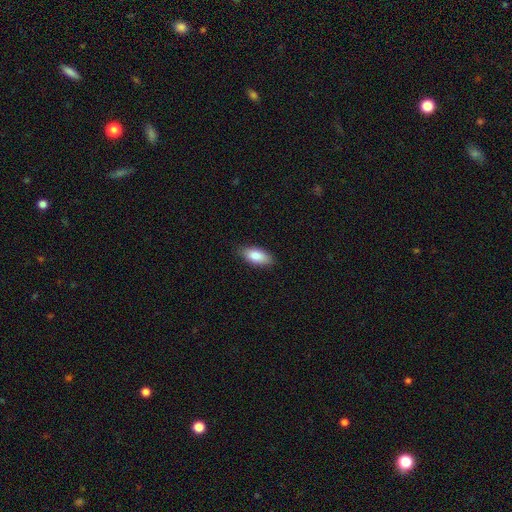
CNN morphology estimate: smooth-or-featured: smooth: 84% | featured or disk: 9% | star or artifact: 6%
  how-rounded: in between: 87% | cigar-shaped: 10% | round: 2%
  merging: none: 86% | minor disturbance: 11% | major disturbance: 2% | merger: 1%